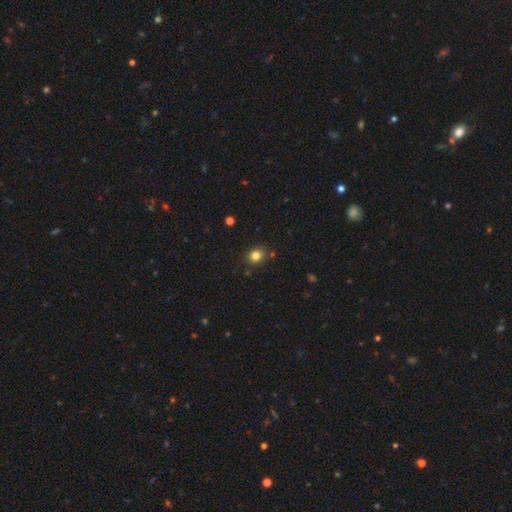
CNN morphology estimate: Smooth or featured: smooth — 82% (star or artifact — 12%)
How rounded: round — 66% (in between — 33%)
Merging: none — 83% (minor disturbance — 11%)